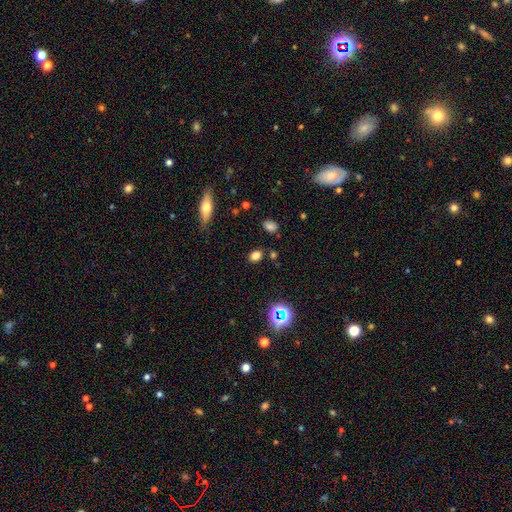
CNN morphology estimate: Smooth or featured? Predicted: smooth (p=0.76). How rounded? Predicted: in between (p=0.60). Merging? Predicted: none (p=0.83).